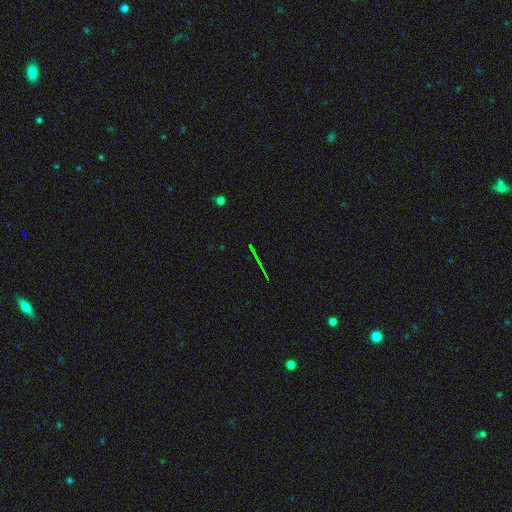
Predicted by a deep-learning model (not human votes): A star or artifact, not a galaxy (74%).